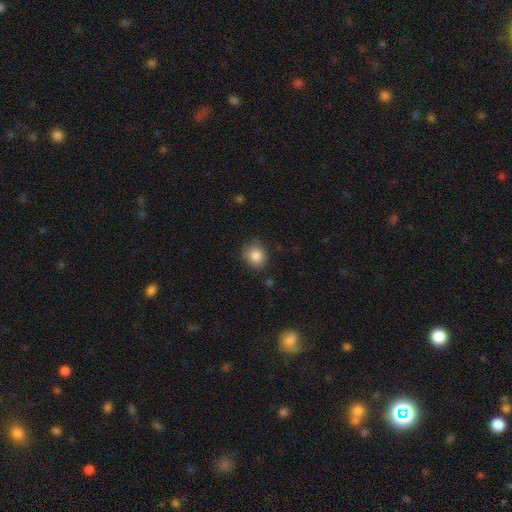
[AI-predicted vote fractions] Smooth or featured: smooth — 85% (star or artifact — 9%)
How rounded: round — 77% (in between — 22%)
Merging: none — 78% (minor disturbance — 17%)